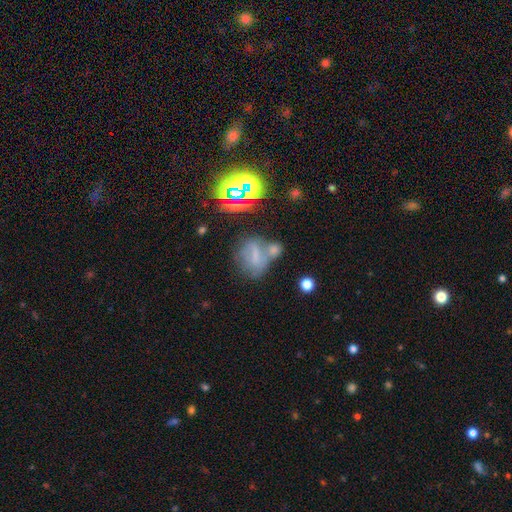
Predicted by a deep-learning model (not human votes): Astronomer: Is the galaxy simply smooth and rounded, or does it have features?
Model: smooth — 42% (runner-up: star or artifact, 29%).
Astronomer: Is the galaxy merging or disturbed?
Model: merger — 34% (runner-up: none, 33%).